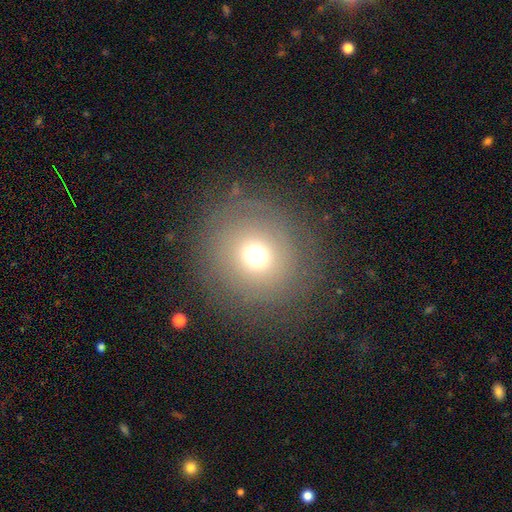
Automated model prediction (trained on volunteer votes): The model was most divided on "smooth or featured": smooth: 64%, star or artifact: 20%, featured or disk: 16%. More confident: how rounded — round (91%); merging — none (79%).